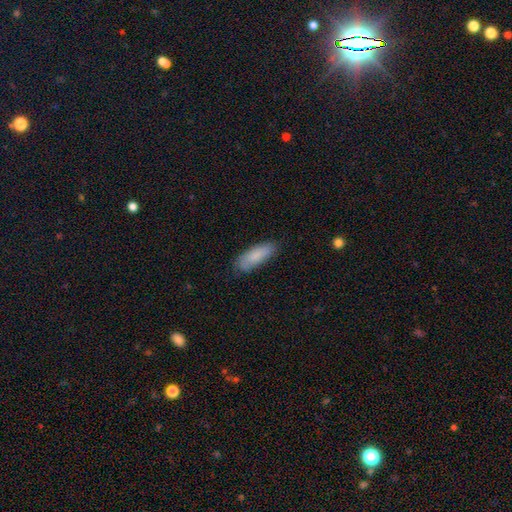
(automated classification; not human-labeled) The model was most divided on "how rounded": in between: 63%, cigar-shaped: 35%, round: 2%. More confident: smooth or featured — smooth (85%); merging — none (80%).